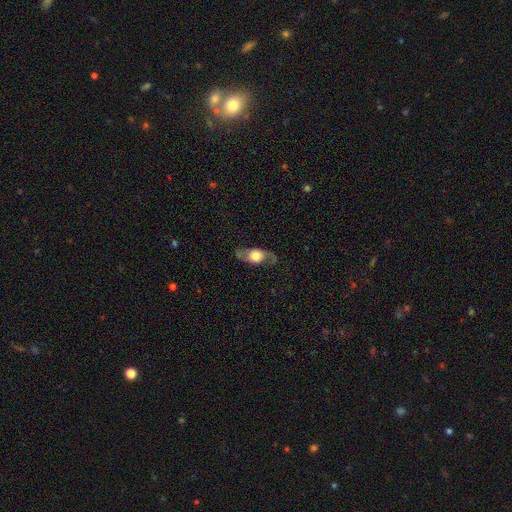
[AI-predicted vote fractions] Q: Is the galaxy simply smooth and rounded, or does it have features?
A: featured or disk — 58%.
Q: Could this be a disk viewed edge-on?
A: no — 71%.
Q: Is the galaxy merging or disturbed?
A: none — 72%.